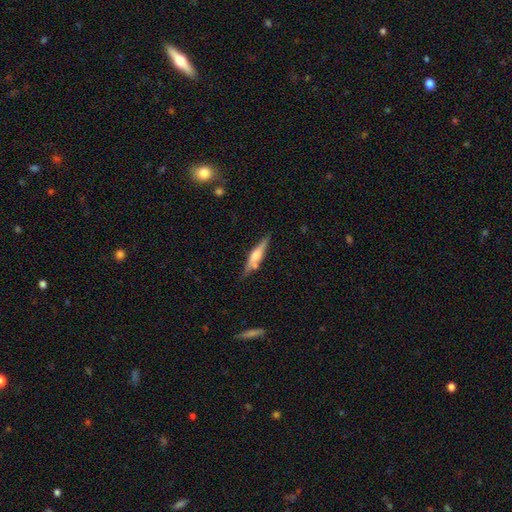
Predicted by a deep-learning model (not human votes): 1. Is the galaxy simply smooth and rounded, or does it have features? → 57% featured or disk, 37% smooth, 6% star or artifact.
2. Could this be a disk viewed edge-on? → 95% yes, 5% no.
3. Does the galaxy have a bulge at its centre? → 78% rounded, 15% boxy, 8% none.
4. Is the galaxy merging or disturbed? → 76% none, 16% minor disturbance, 5% merger, 3% major disturbance.